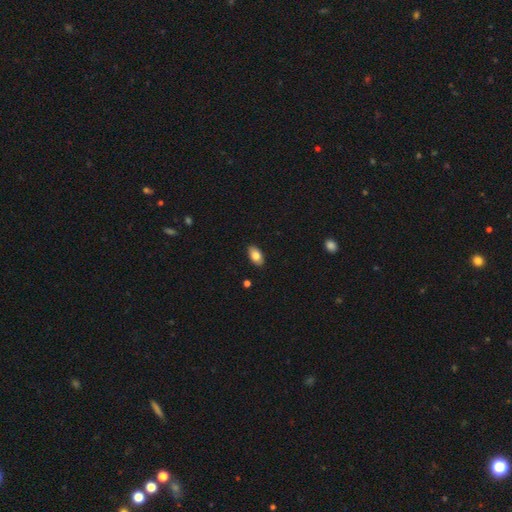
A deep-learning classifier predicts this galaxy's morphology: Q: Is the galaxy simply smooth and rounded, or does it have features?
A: smooth — 81%.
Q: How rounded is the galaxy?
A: in between — 93%.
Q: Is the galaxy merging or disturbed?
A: none — 89%.